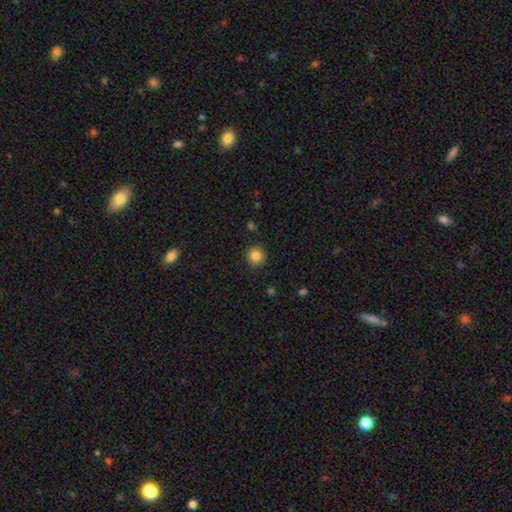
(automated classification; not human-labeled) Q: Smooth or featured?
A: smooth (84%); runner-up: star or artifact (10%)
Q: How rounded?
A: round (91%); runner-up: in between (8%)
Q: Merging?
A: none (90%); runner-up: minor disturbance (7%)